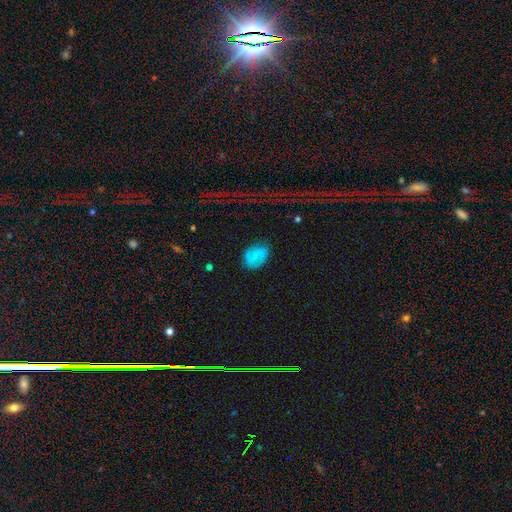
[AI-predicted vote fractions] Smooth or featured? smooth (57%)
How rounded? in between (73%)
Merging? none (75%)